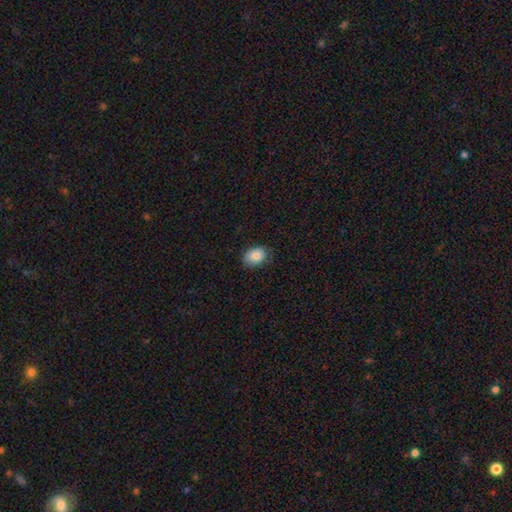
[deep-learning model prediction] A smooth galaxy with no disk features (84%) that is in between round and cigar-shaped (76%).

Vote fractions:
- Smooth or featured? smooth: 84% / featured or disk: 8% / star or artifact: 8%
- How rounded? in between: 76% / round: 23% / cigar-shaped: 1%
- Merging? none: 80% / minor disturbance: 16% / major disturbance: 3% / merger: 1%